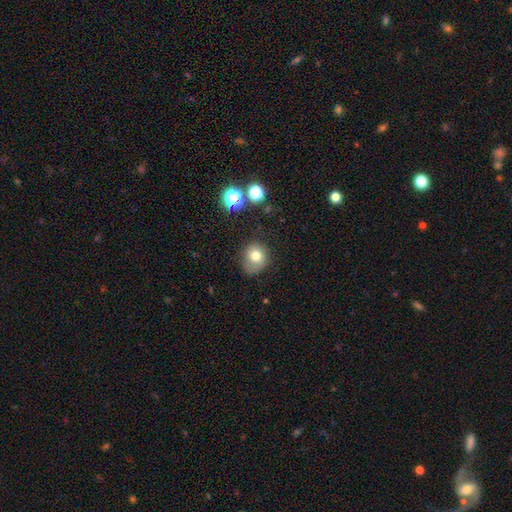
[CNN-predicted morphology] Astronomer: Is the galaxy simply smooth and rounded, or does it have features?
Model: smooth — 75%.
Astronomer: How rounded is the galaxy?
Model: round — 72%.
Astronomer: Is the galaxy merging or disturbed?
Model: none — 62%.